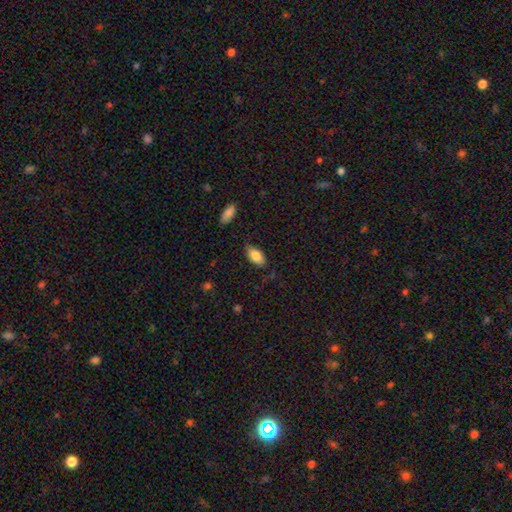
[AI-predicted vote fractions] Morphology: type=smooth (82%); roundness=in between (92%); merging=none (78%).